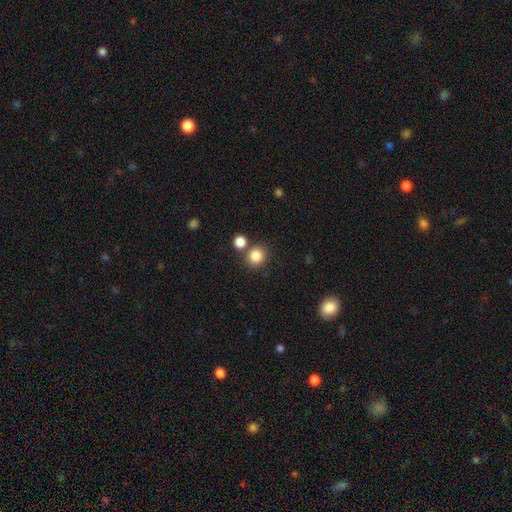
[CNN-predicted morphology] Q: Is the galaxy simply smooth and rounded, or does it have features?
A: smooth — 85%.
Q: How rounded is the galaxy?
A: round — 85%.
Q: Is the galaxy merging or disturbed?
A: none — 73%.